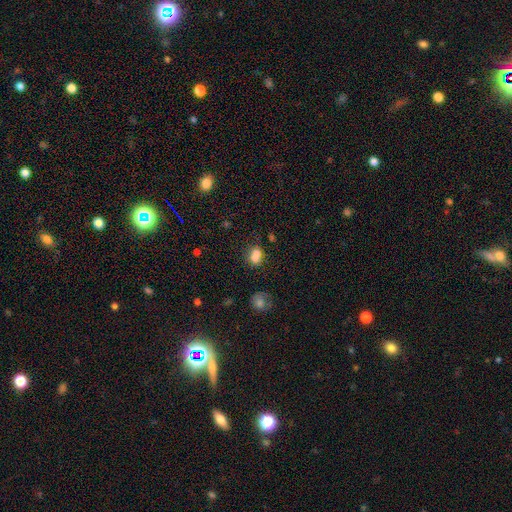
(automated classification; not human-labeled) A smooth galaxy with no disk features (76%) that is in between round and cigar-shaped (54%).

Vote fractions:
- Smooth or featured? smooth: 76% / star or artifact: 14% / featured or disk: 10%
- How rounded? in between: 54% / round: 44% / cigar-shaped: 2%
- Merging? none: 49% / merger: 29% / minor disturbance: 16% / major disturbance: 7%